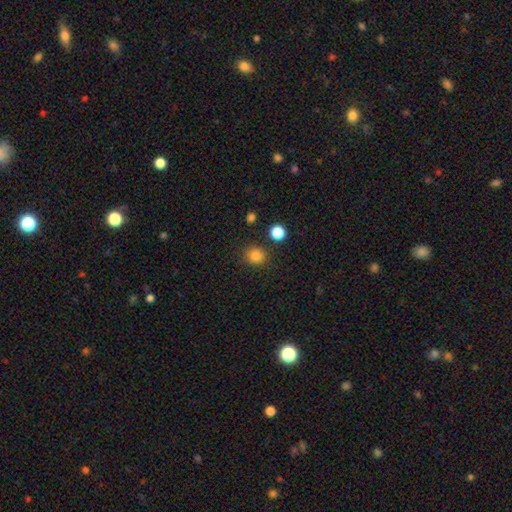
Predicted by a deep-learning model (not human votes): Smooth or featured?
  - smooth: 84% *
  - star or artifact: 12%
  - featured or disk: 4%
How rounded?
  - round: 83% *
  - in between: 16%
  - cigar-shaped: 1%
Merging?
  - none: 85% *
  - minor disturbance: 8%
  - merger: 4%
  - major disturbance: 3%